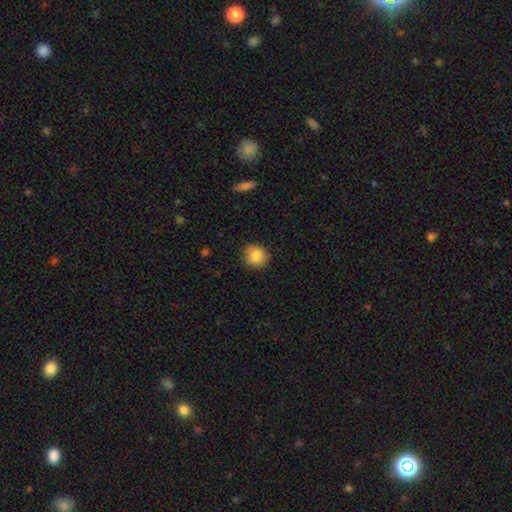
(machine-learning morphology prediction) Smooth or featured? Predicted: smooth (p=0.86). How rounded? Predicted: round (p=0.87). Merging? Predicted: none (p=0.87).